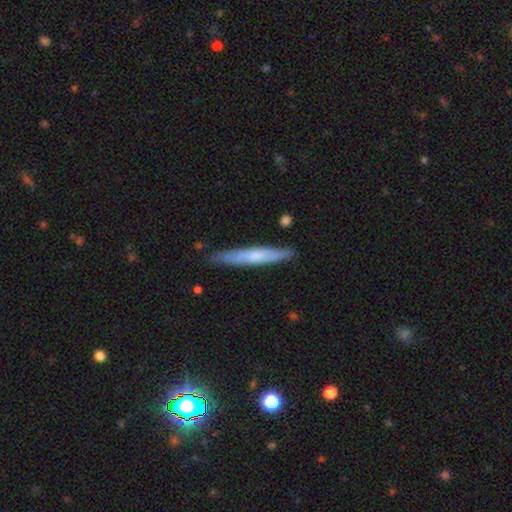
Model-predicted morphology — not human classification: Overall: smooth (54%; featured or disk 40%). How rounded: cigar-shaped (94%). Merging: none (84%).